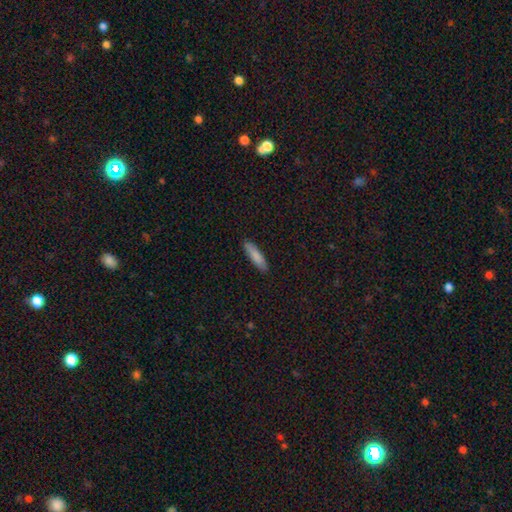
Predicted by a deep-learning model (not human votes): The model was most divided on "how rounded": cigar-shaped: 70%, in between: 29%, round: 1%. More confident: merging — none (89%); smooth or featured — smooth (85%).